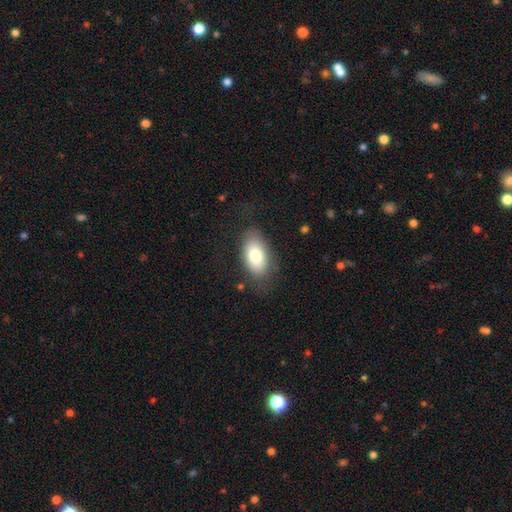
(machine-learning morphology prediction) Smooth or featured? smooth (78%)
How rounded? in between (93%)
Merging? none (76%)